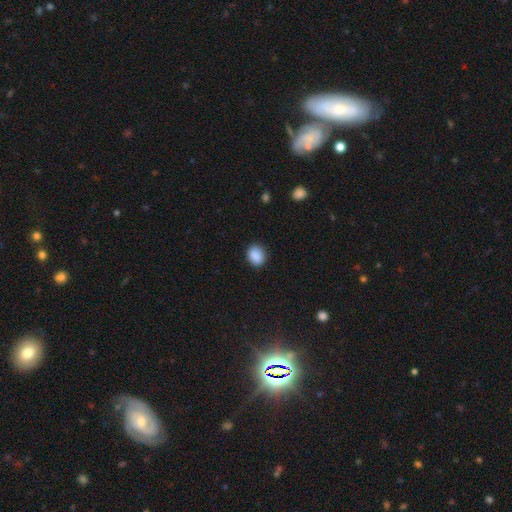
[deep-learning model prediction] Smooth or featured? Predicted: smooth (p=0.88). How rounded? Predicted: round (p=0.54). Merging? Predicted: none (p=0.86).